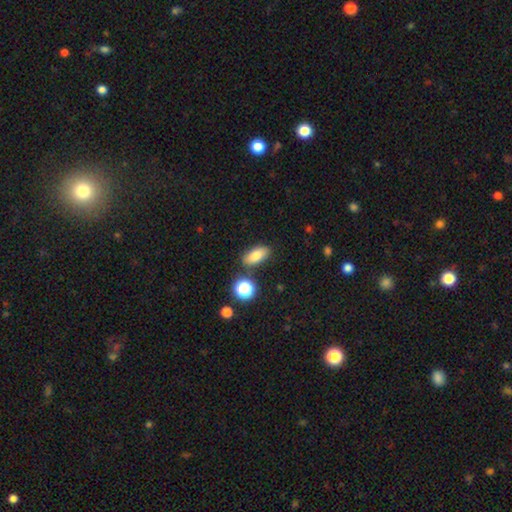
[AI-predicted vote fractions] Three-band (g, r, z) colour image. It shows a smooth galaxy with no disk features (79%) that is in between round and cigar-shaped (83%). Merging: none (81%).